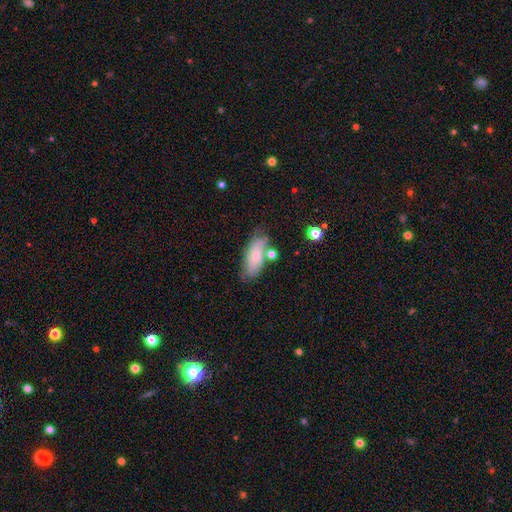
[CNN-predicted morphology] Smooth or featured?
  - smooth: 70% *
  - featured or disk: 23%
  - star or artifact: 7%
How rounded?
  - in between: 80% *
  - cigar-shaped: 17%
  - round: 3%
Merging?
  - none: 62% *
  - minor disturbance: 22%
  - merger: 11%
  - major disturbance: 6%